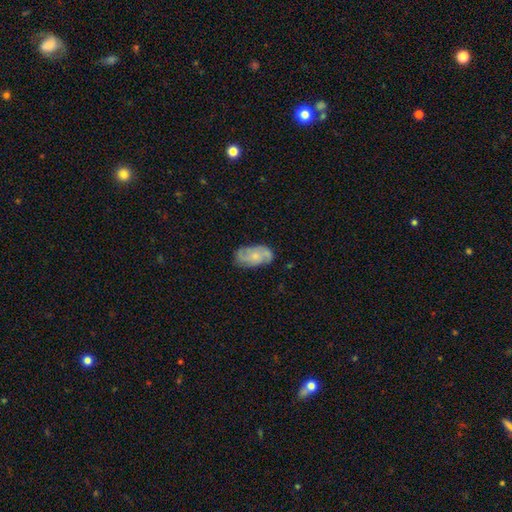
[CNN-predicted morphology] Smooth or featured?
  - featured or disk: 64% *
  - smooth: 29%
  - star or artifact: 7%
Edge-on disk?
  - no: 96% *
  - yes: 4%
Bar?
  - no: 75% *
  - weak: 22%
  - strong: 3%
Spiral arms?
  - yes: 88% *
  - no: 12%
Spiral winding?
  - medium: 45% *
  - tight: 34%
  - loose: 20%
Spiral arm count?
  - 2: 40% *
  - 3: 25%
  - can't tell: 22%
  - 4: 6%
  - 1: 4%
  - more than 4: 3%
Bulge size?
  - small: 58% *
  - moderate: 30%
  - none: 9%
  - large: 2%
  - dominant: 1%
Merging?
  - none: 71% *
  - minor disturbance: 22%
  - major disturbance: 6%
  - merger: 2%